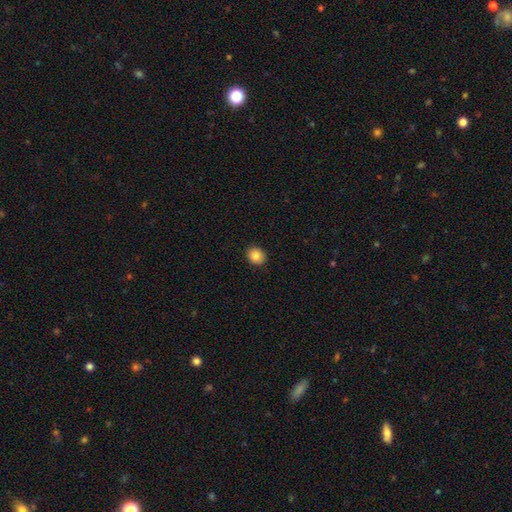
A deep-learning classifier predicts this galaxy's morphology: Overall: smooth (85%). How rounded: round (65%; in between 34%). Merging: none (91%).